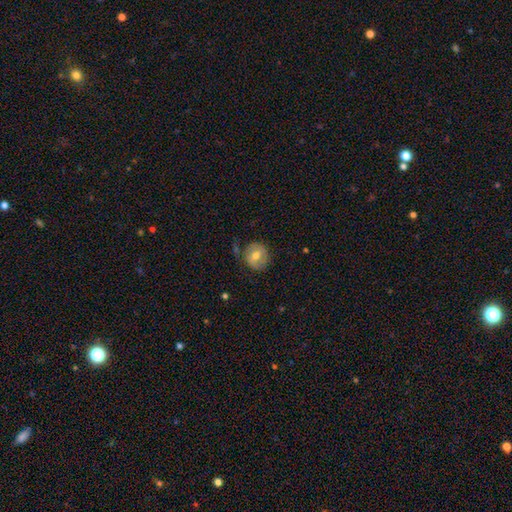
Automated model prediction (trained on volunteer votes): smooth_or_featured: smooth (p=0.63) [alt: featured or disk p=0.29]
how_rounded: round (p=0.84) [alt: in between p=0.15]
merging: none (p=0.71) [alt: minor disturbance p=0.18]